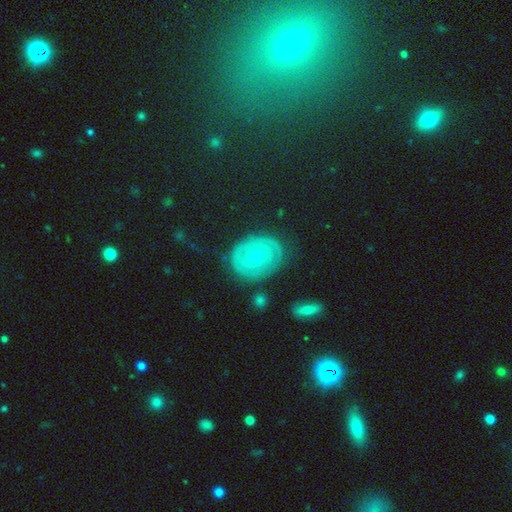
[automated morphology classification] type=featured or disk (60%); edge-on=no (96%); bar=no (83%); spiral arms=yes (72%); bulge=small (66%); merging=none (77%).